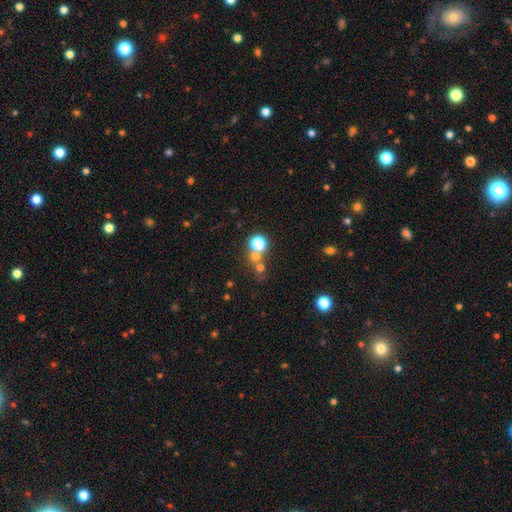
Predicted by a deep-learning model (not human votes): This is possibly a smooth galaxy (58%). How rounded: clearly round (87%). Merging: possibly none (53%).